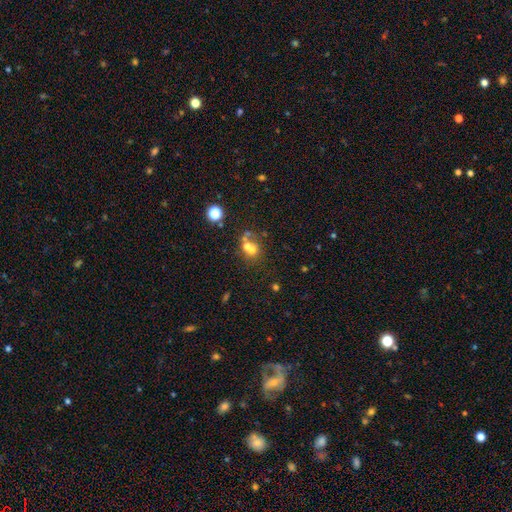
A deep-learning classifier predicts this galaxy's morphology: This is possibly a smooth galaxy (50%). Merging: marginally none (43%).